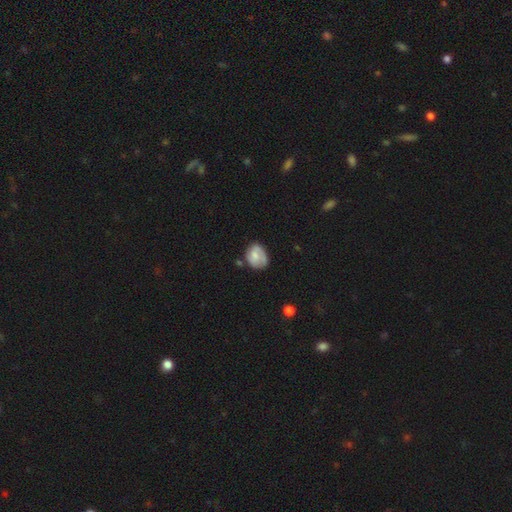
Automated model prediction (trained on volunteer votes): Smooth or featured? smooth (55%)
How rounded? in between (53%)
Merging? none (53%)